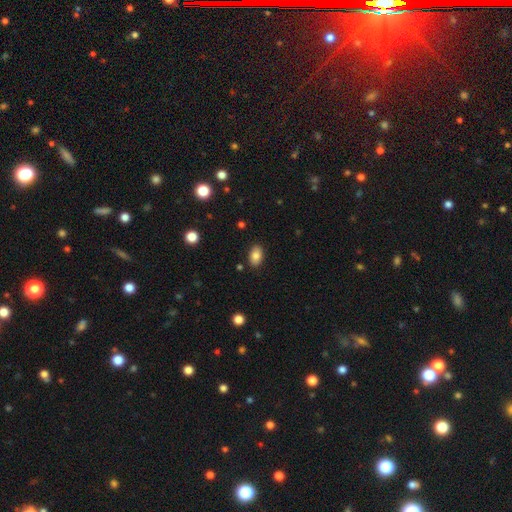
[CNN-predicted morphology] The model was most divided on "smooth or featured": smooth: 84%, star or artifact: 9%, featured or disk: 8%. More confident: how rounded — in between (90%); merging — none (87%).